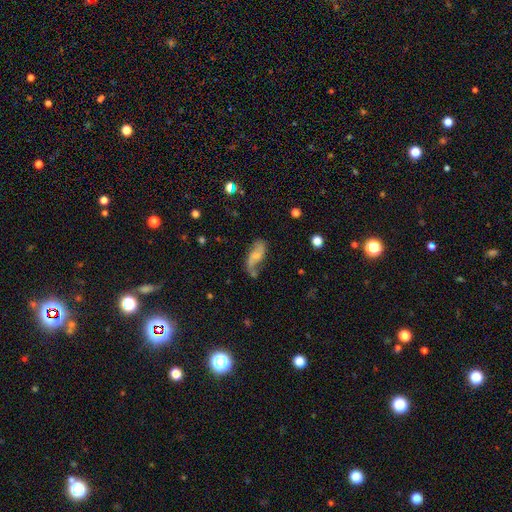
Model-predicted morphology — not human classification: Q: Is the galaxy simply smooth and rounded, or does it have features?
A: featured or disk — 69%.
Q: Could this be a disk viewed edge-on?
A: no — 94%.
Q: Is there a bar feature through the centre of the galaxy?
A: no — 51%.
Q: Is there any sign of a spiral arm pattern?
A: yes — 90%.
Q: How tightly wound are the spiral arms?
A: loose — 72%.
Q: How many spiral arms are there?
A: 2 — 85%.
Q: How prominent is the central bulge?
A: small — 46%.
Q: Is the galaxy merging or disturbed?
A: none — 52%.